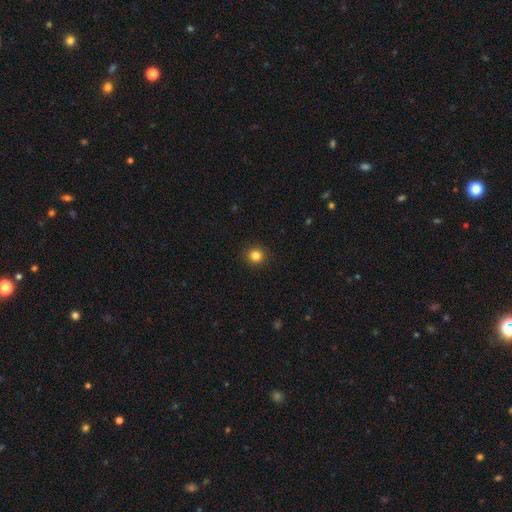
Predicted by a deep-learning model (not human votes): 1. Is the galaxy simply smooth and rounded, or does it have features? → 83% smooth, 12% star or artifact, 4% featured or disk.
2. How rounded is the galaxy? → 93% round, 6% in between, 1% cigar-shaped.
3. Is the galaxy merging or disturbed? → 93% none, 5% minor disturbance, 2% major disturbance, 1% merger.